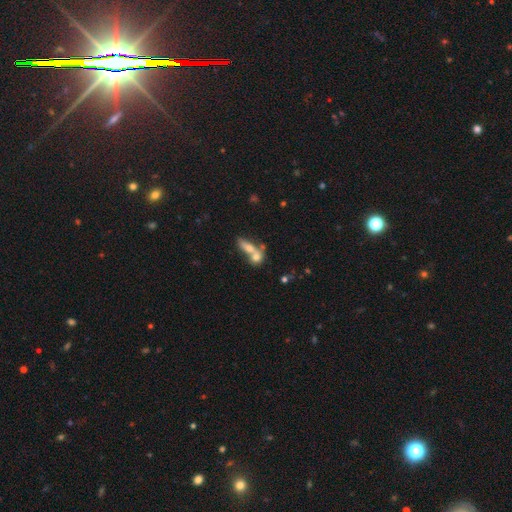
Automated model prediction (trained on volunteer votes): Morphology: type=smooth (63%); roundness=in between (52%); merging=merger (64%).